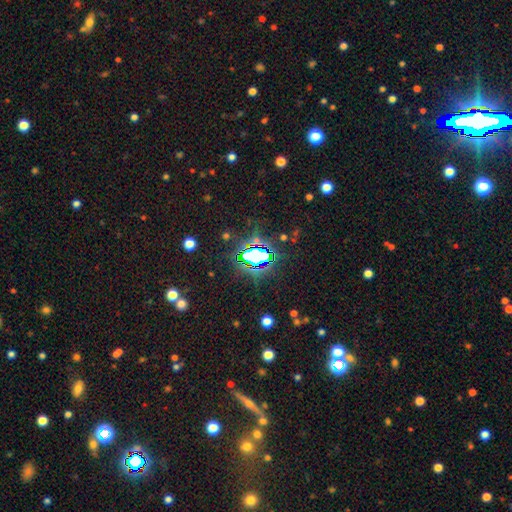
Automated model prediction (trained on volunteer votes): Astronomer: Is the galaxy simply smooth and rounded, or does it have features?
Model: star or artifact — 70%.